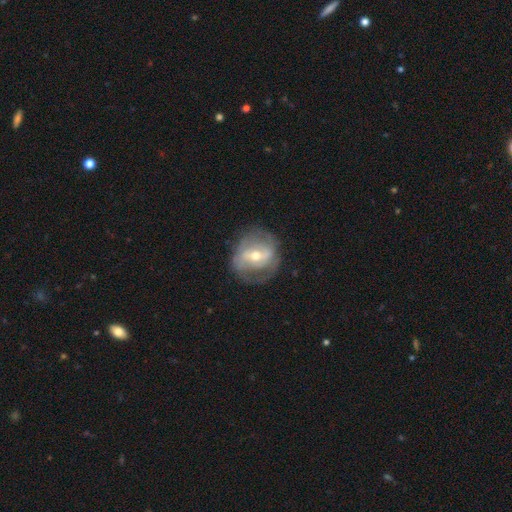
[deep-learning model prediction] Q: Smooth or featured?
A: featured or disk (72%); runner-up: smooth (22%)
Q: Edge-on disk?
A: no (95%); runner-up: yes (5%)
Q: Bar?
A: weak (40%); runner-up: strong (38%)
Q: Spiral arms?
A: yes (68%); runner-up: no (32%)
Q: Bulge size?
A: moderate (61%); runner-up: small (33%)
Q: Merging?
A: none (67%); runner-up: minor disturbance (19%)